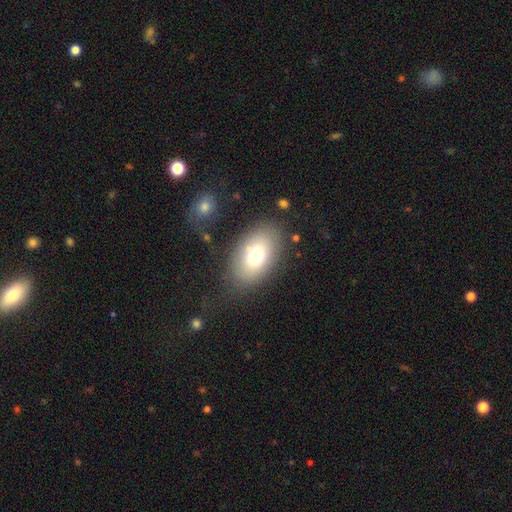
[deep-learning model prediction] Morphology: type=smooth (72%); roundness=in between (87%); merging=none (77%).